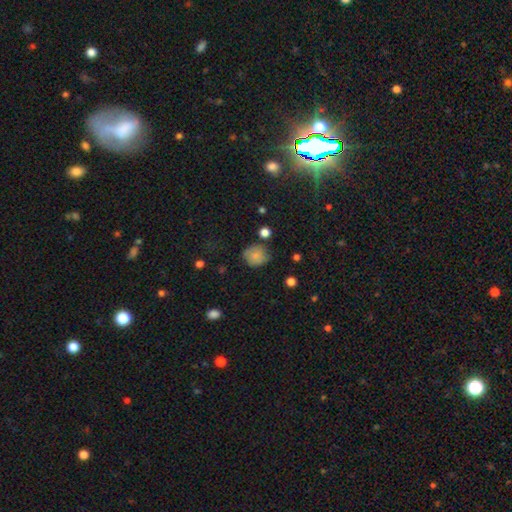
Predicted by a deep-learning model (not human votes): Smooth or featured?
  - smooth: 79% *
  - featured or disk: 11%
  - star or artifact: 10%
How rounded?
  - round: 78% *
  - in between: 21%
  - cigar-shaped: 1%
Merging?
  - none: 65% *
  - minor disturbance: 24%
  - major disturbance: 7%
  - merger: 4%